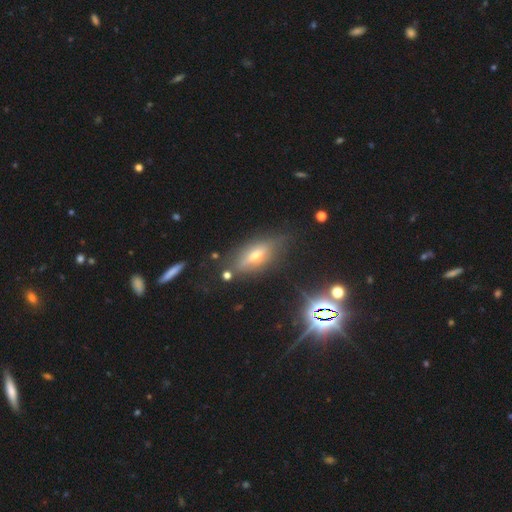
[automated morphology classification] A smooth galaxy with no disk features (43%).

Vote fractions:
- Smooth or featured? smooth: 43% / featured or disk: 40% / star or artifact: 17%
- Merging? none: 73% / minor disturbance: 17% / major disturbance: 6% / merger: 4%